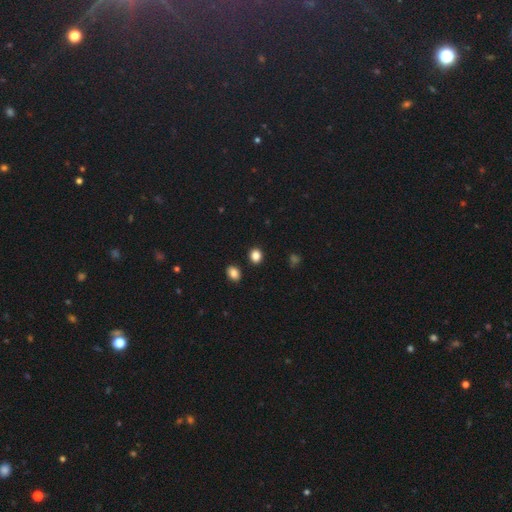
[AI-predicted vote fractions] Smooth or featured?
  - smooth: 86% *
  - star or artifact: 11%
  - featured or disk: 3%
How rounded?
  - round: 64% *
  - in between: 35%
  - cigar-shaped: 1%
Merging?
  - none: 88% *
  - minor disturbance: 6%
  - merger: 3%
  - major disturbance: 2%